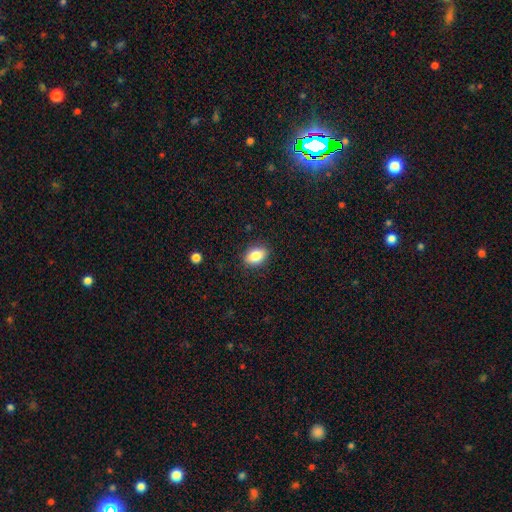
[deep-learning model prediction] A smooth galaxy with no disk features (84%) that is in between round and cigar-shaped (79%). Merging: none (88%).